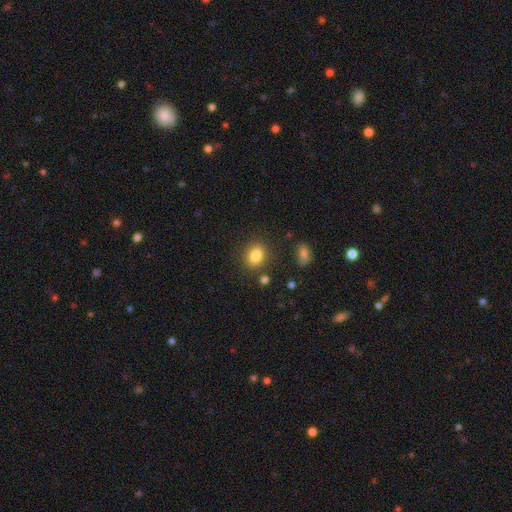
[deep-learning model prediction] Smooth or featured? Predicted: smooth (p=0.83). How rounded? Predicted: in between (p=0.51). Merging? Predicted: none (p=0.83).